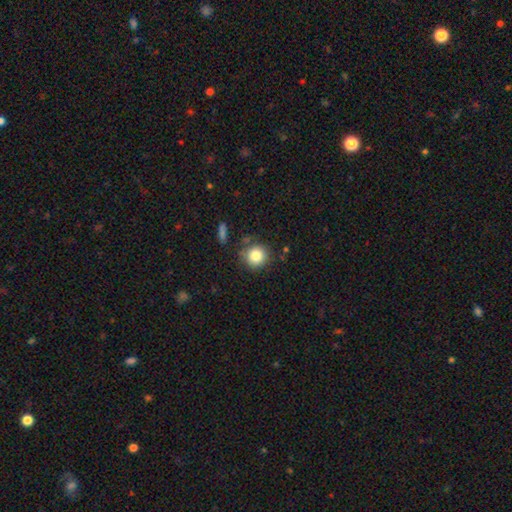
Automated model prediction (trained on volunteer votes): smooth 84%, star or artifact 10%, featured or disk 6%. Down the decision tree: how rounded — round (91%); merging — none (79%).